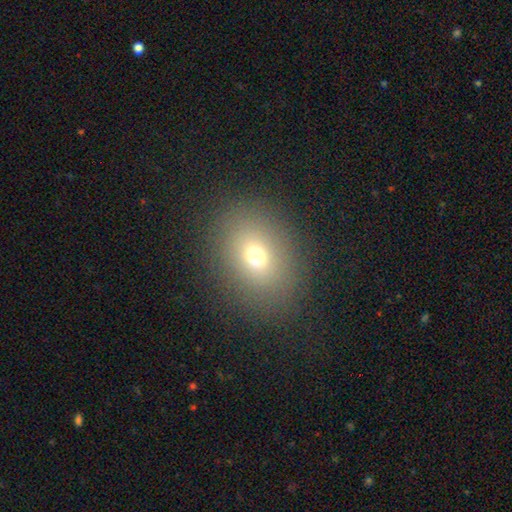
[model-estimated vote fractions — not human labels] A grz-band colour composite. It shows a smooth galaxy with no disk features (69%) that is in between round and cigar-shaped (50%). Merging: none (85%).